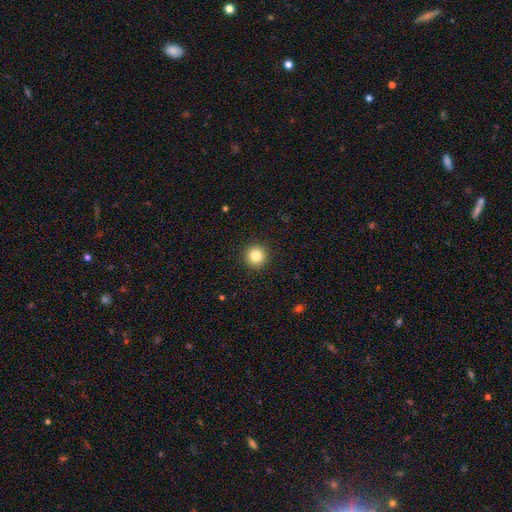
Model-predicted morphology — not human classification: This appears to be a smooth galaxy with no disk features (83%) that is round (96%). Merging: none (93%).